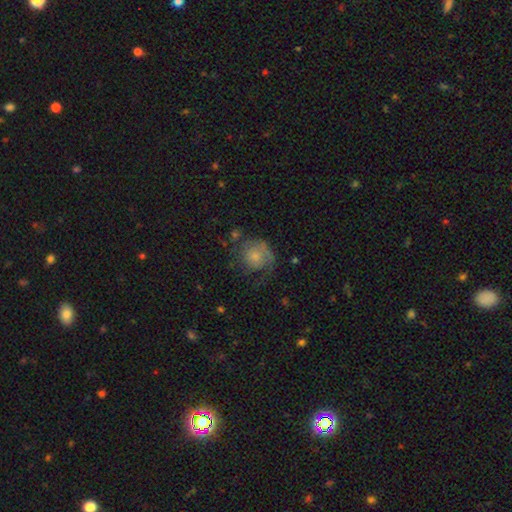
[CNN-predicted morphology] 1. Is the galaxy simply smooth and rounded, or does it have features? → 46% featured or disk (tied), 46% smooth (tied), 9% star or artifact.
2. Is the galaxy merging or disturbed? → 47% none, 27% major disturbance, 23% minor disturbance, 3% merger.